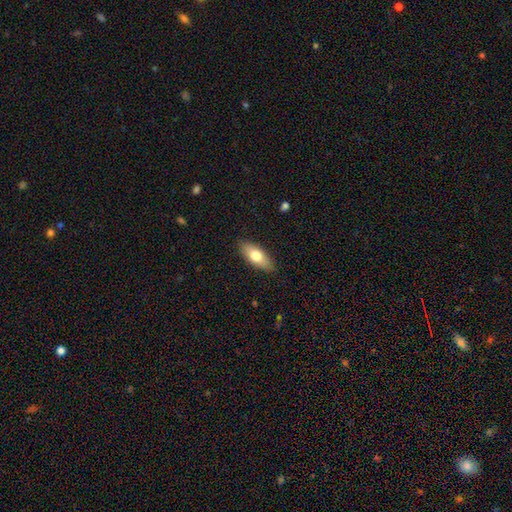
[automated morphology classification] smooth-or-featured: smooth: 71% | featured or disk: 23% | star or artifact: 6%
  how-rounded: in between: 76% | cigar-shaped: 21% | round: 3%
  merging: none: 87% | minor disturbance: 10% | major disturbance: 2% | merger: 1%